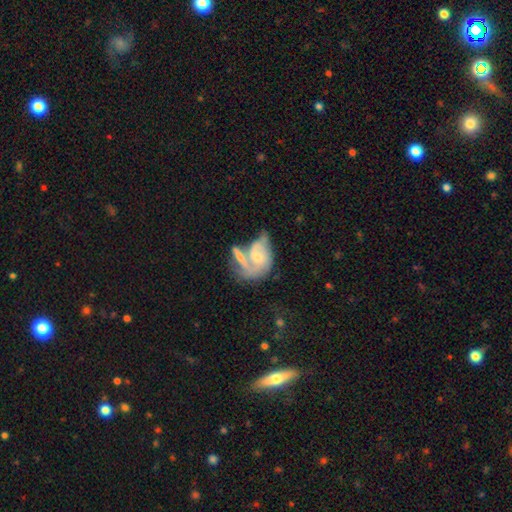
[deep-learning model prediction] Smooth or featured?
  - featured or disk: 65% *
  - smooth: 28%
  - star or artifact: 7%
Edge-on disk?
  - no: 95% *
  - yes: 5%
Bar?
  - no: 65% *
  - weak: 28%
  - strong: 7%
Spiral arms?
  - yes: 76% *
  - no: 24%
Bulge size?
  - small: 50% *
  - moderate: 35%
  - none: 10%
  - large: 4%
  - dominant: 2%
Merging?
  - merger: 45% *
  - none: 21%
  - major disturbance: 19%
  - minor disturbance: 15%